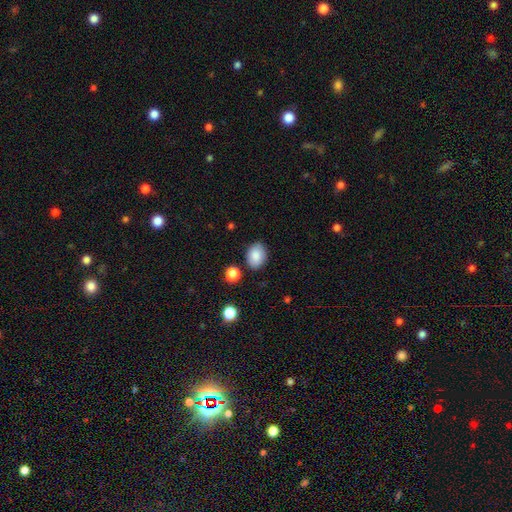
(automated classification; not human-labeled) A smooth galaxy with no disk features (87%) that is in between round and cigar-shaped (73%). Merging: none (82%).